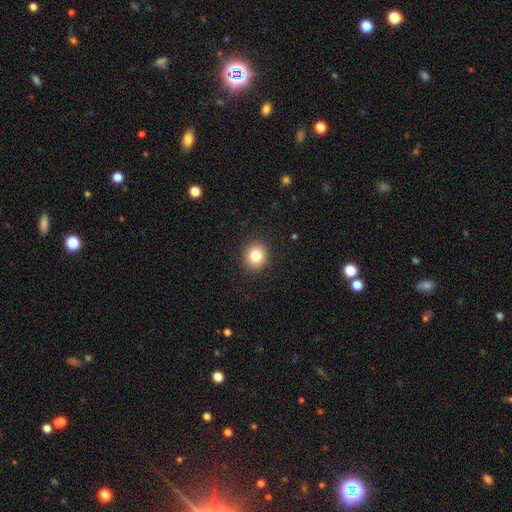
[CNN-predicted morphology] Q: Smooth or featured?
A: smooth (82%); runner-up: star or artifact (11%)
Q: How rounded?
A: round (86%); runner-up: in between (13%)
Q: Merging?
A: none (92%); runner-up: minor disturbance (6%)